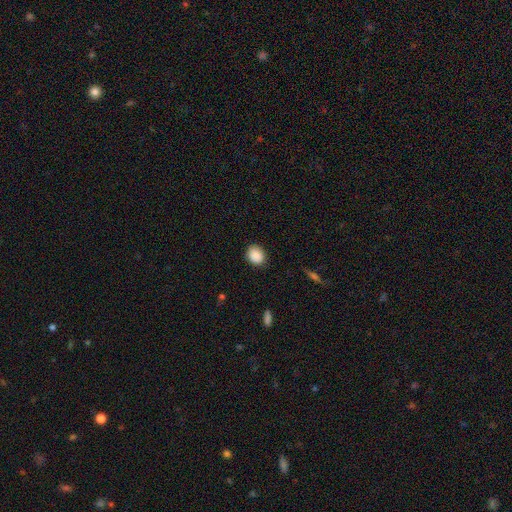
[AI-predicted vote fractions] This appears to be a smooth galaxy with no disk features (89%) that is round (55%). Merging: none (87%).